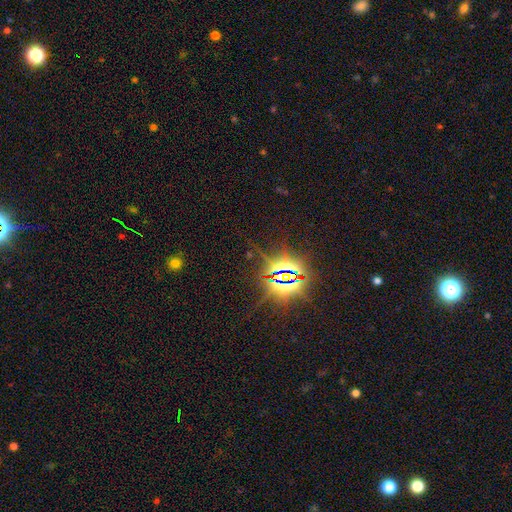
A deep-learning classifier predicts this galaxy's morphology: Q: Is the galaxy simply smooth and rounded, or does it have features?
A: star or artifact — 84%.